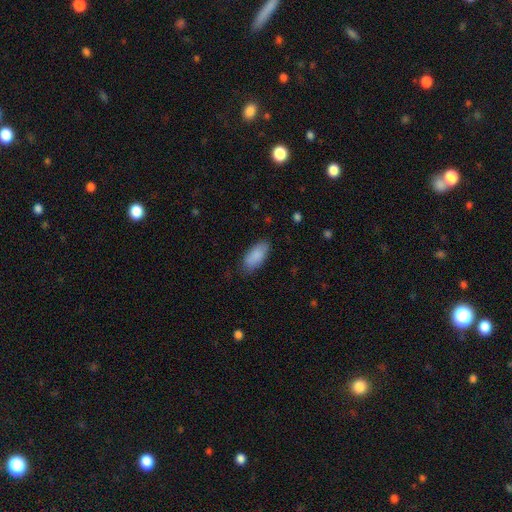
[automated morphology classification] The model was most divided on "merging": none: 78%, minor disturbance: 17%, major disturbance: 4%, merger: 1%. More confident: how rounded — in between (89%); smooth or featured — smooth (88%).